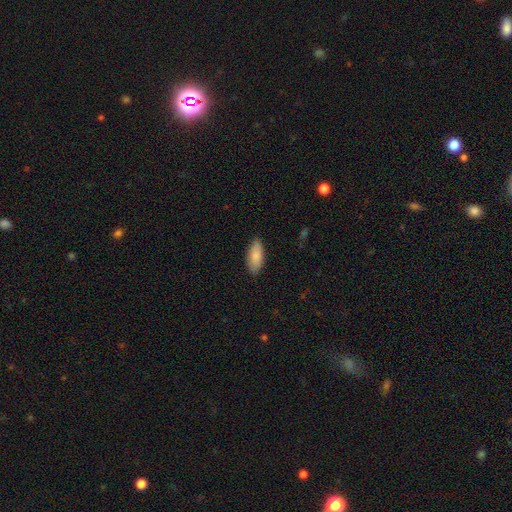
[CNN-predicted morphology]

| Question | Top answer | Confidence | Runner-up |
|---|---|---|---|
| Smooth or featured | smooth | 85% | featured or disk (9%) |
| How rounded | in between | 82% | cigar-shaped (16%) |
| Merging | none | 84% | minor disturbance (13%) |